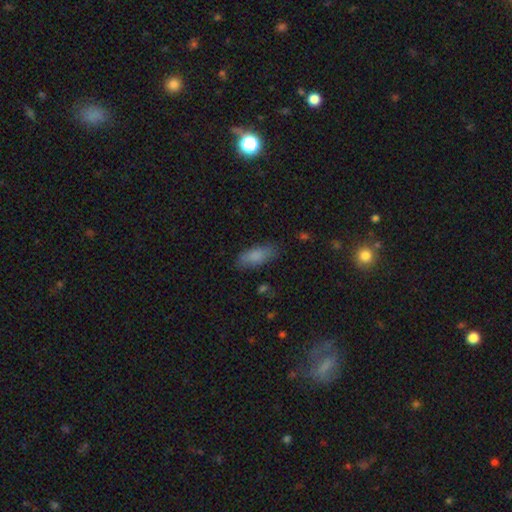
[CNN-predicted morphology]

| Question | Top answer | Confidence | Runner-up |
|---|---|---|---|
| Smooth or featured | smooth | 84% | featured or disk (9%) |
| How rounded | in between | 80% | cigar-shaped (18%) |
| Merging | none | 81% | minor disturbance (14%) |